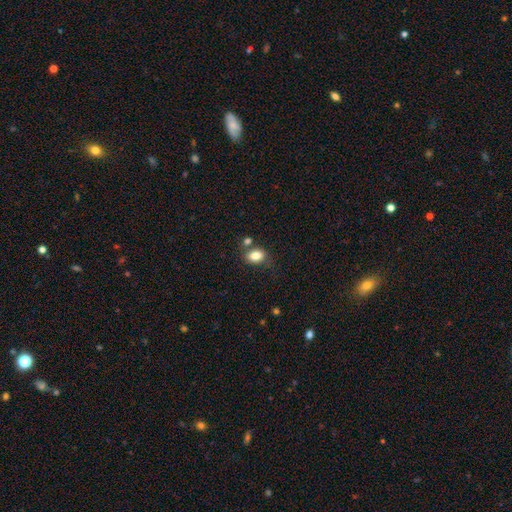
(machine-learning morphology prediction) Smooth or featured? Predicted: smooth (p=0.82). How rounded? Predicted: in between (p=0.78). Merging? Predicted: none (p=0.61).